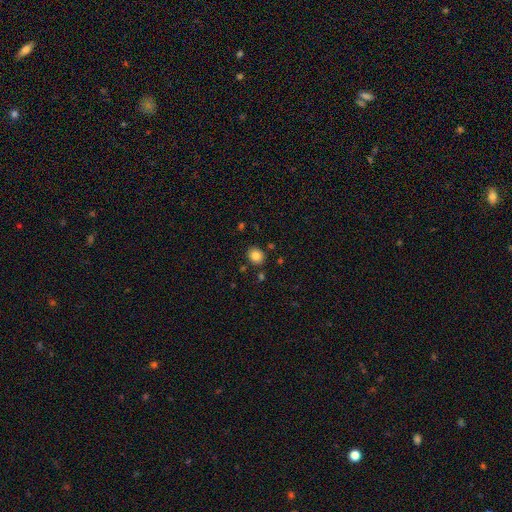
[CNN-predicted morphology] smooth-or-featured: smooth: 84% | star or artifact: 10% | featured or disk: 5%
  how-rounded: round: 66% | in between: 33% | cigar-shaped: 1%
  merging: none: 85% | minor disturbance: 9% | merger: 4% | major disturbance: 3%